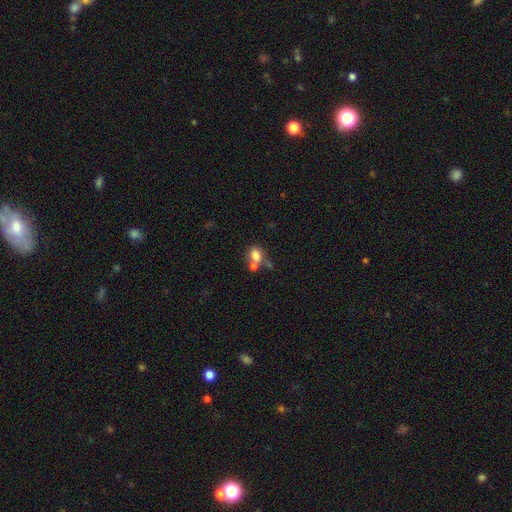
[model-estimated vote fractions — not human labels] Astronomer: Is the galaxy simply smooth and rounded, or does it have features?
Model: smooth — 78%.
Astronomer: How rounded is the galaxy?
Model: in between — 53% (runner-up: round, 46%).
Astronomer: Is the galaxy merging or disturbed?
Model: merger — 43% (runner-up: none, 39%).